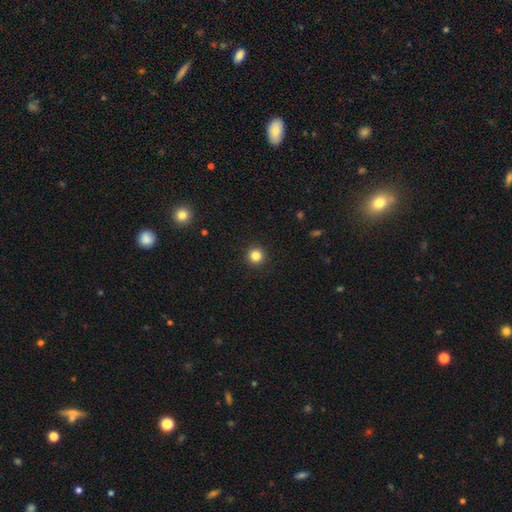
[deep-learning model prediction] A smooth galaxy with no disk features (83%) that is round (96%).

Vote fractions:
- Smooth or featured? smooth: 83% / star or artifact: 12% / featured or disk: 5%
- How rounded? round: 96% / in between: 3% / cigar-shaped: 1%
- Merging? none: 93% / minor disturbance: 4% / major disturbance: 2% / merger: 1%